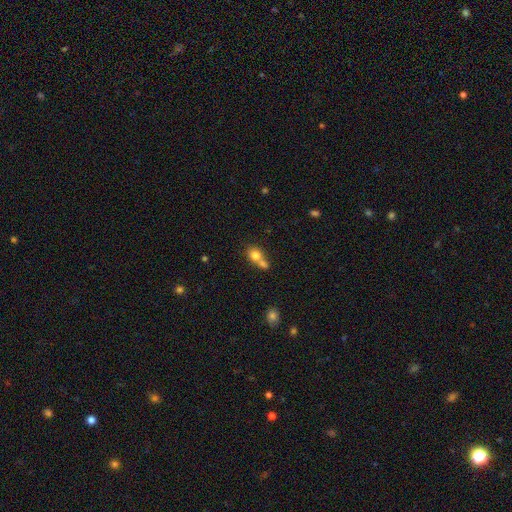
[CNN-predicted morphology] Q: Smooth or featured?
A: smooth (78%); runner-up: featured or disk (12%)
Q: How rounded?
A: round (65%); runner-up: in between (34%)
Q: Merging?
A: merger (58%); runner-up: none (31%)